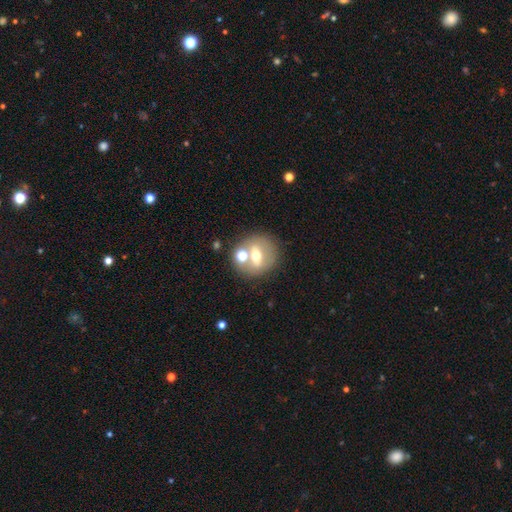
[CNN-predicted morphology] Q: Smooth or featured?
A: smooth (45%); runner-up: featured or disk (43%)
Q: Merging?
A: none (62%); runner-up: merger (23%)